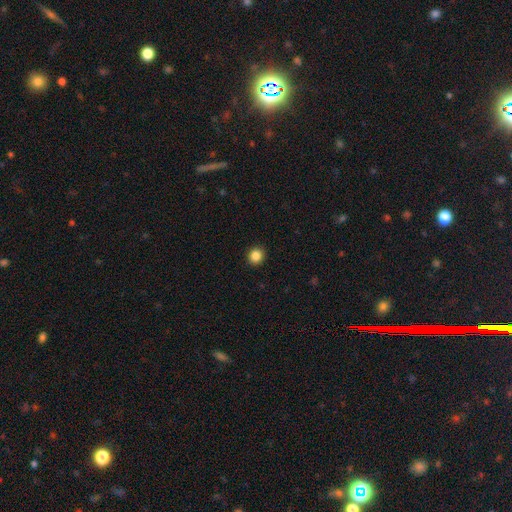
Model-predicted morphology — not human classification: smooth-or-featured: smooth: 86% | star or artifact: 10% | featured or disk: 4%
  how-rounded: round: 88% | in between: 11% | cigar-shaped: 1%
  merging: none: 93% | minor disturbance: 5% | major disturbance: 2% | merger: 1%